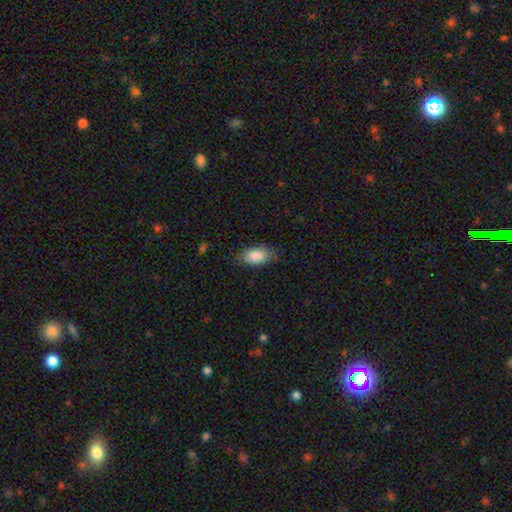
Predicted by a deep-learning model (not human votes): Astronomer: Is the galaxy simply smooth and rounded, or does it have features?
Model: smooth — 86%.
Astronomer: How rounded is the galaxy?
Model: in between — 92%.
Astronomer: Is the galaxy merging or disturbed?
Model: none — 77%.